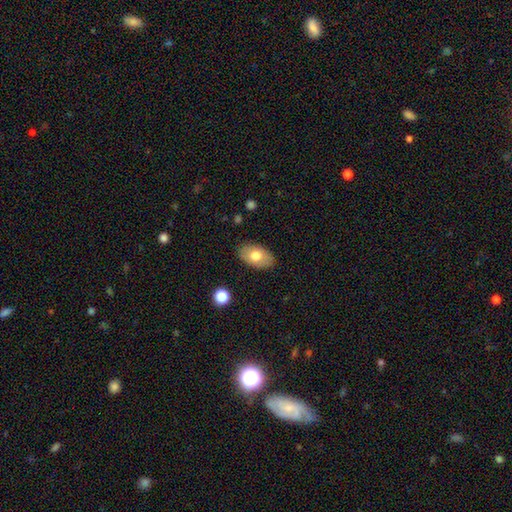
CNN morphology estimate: A smooth galaxy with no disk features (70%) that is in between round and cigar-shaped (91%).

Vote fractions:
- Smooth or featured? smooth: 70% / featured or disk: 23% / star or artifact: 7%
- How rounded? in between: 91% / round: 8% / cigar-shaped: 1%
- Merging? none: 85% / minor disturbance: 11% / major disturbance: 3% / merger: 1%